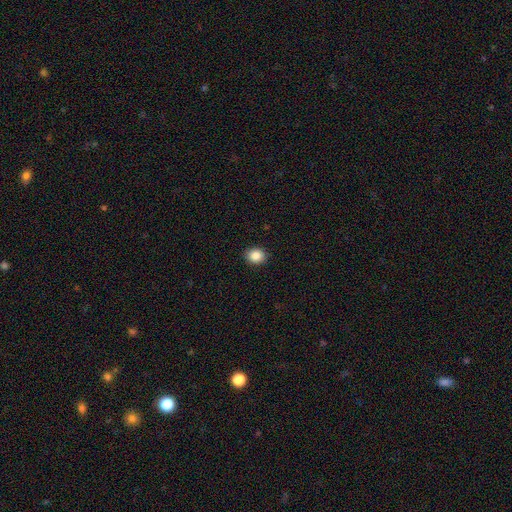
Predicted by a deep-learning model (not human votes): Smooth or featured?
  - smooth: 87% *
  - star or artifact: 9%
  - featured or disk: 4%
How rounded?
  - round: 62% *
  - in between: 37%
  - cigar-shaped: 1%
Merging?
  - none: 90% *
  - minor disturbance: 7%
  - major disturbance: 2%
  - merger: 1%